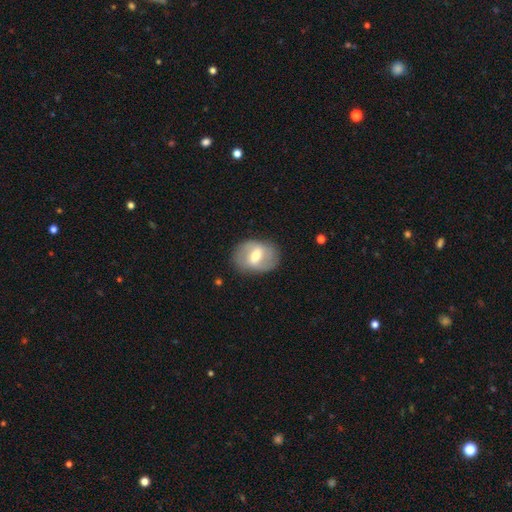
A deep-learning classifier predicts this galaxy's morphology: Overall: featured or disk (58%; smooth 36%). Edge-on disk: no (93%). Bar: weak (45%; strong 42%). Spiral arms: yes (52%; no 48%). Bulge size: moderate (65%). Merging: none (81%).